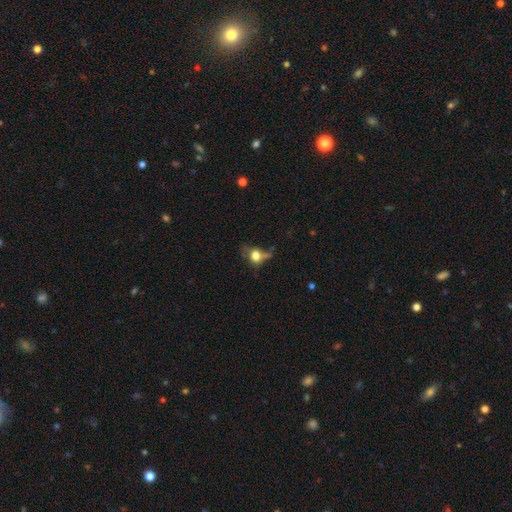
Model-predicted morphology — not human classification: A smooth galaxy with no disk features (65%) that is round (53%). Merging: none (35%).